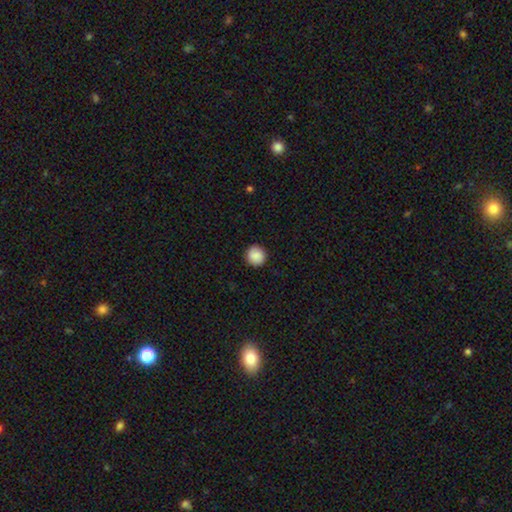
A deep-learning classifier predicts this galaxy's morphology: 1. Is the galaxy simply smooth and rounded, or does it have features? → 88% smooth, 8% star or artifact, 4% featured or disk.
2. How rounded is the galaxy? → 94% round, 5% in between, 1% cigar-shaped.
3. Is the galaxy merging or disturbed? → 92% none, 6% minor disturbance, 2% major disturbance, 1% merger.